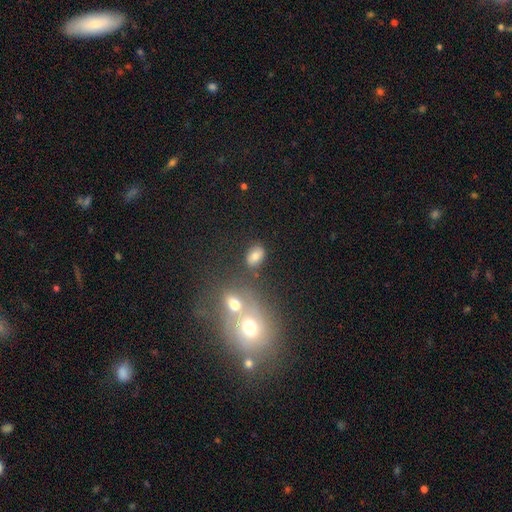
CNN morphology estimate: The model was most divided on "smooth or featured": smooth: 75%, star or artifact: 14%, featured or disk: 11%. More confident: how rounded — in between (82%); merging — none (75%).